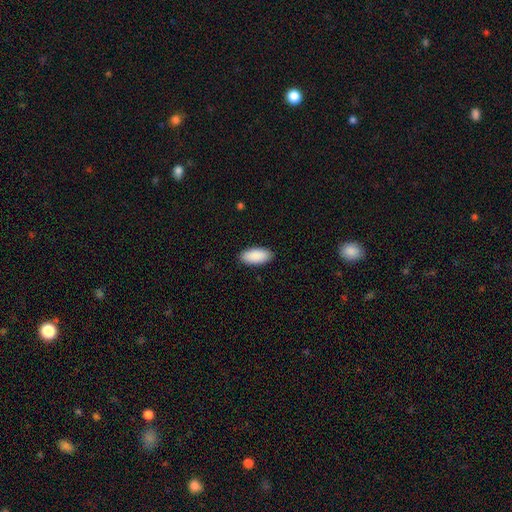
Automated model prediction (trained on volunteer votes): smooth-or-featured: smooth: 91% | star or artifact: 5% | featured or disk: 3%
  how-rounded: in between: 92% | cigar-shaped: 6% | round: 2%
  merging: none: 90% | minor disturbance: 8% | major disturbance: 2% | merger: 1%